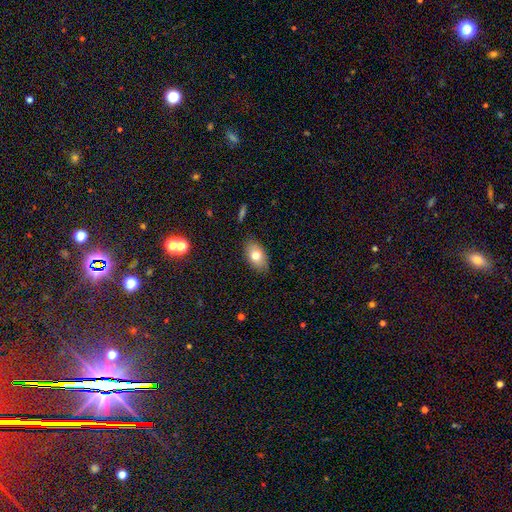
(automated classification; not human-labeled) smooth 74%, featured or disk 17%, star or artifact 9%. Down the decision tree: how rounded — in between (89%); merging — none (82%).